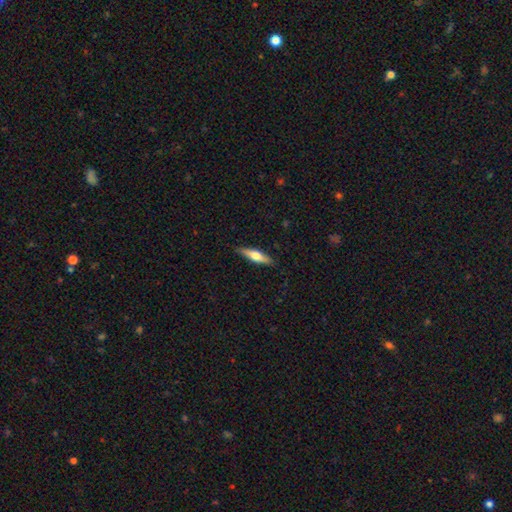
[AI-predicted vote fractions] This appears to be a smooth galaxy with no disk features (49%). Merging: none (88%).